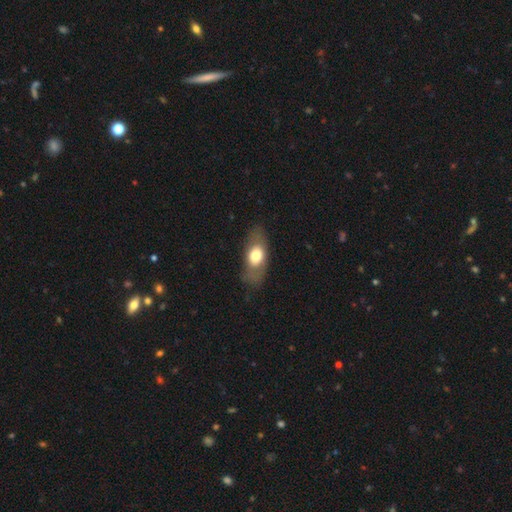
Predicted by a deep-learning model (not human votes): Morphology: type=smooth (62%); roundness=in between (83%); merging=none (73%).